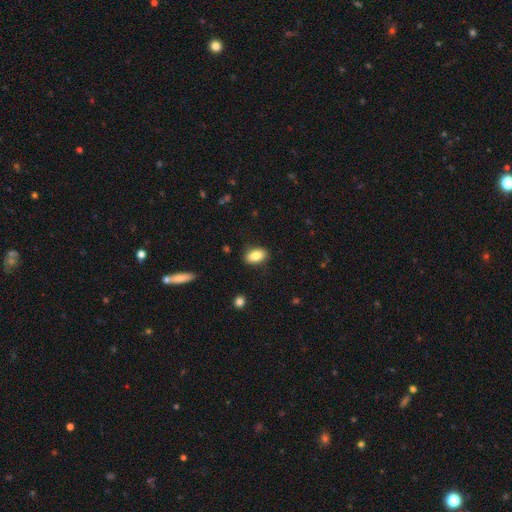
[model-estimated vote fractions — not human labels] A smooth galaxy with no disk features (84%) that is in between round and cigar-shaped (89%). Merging: none (87%).